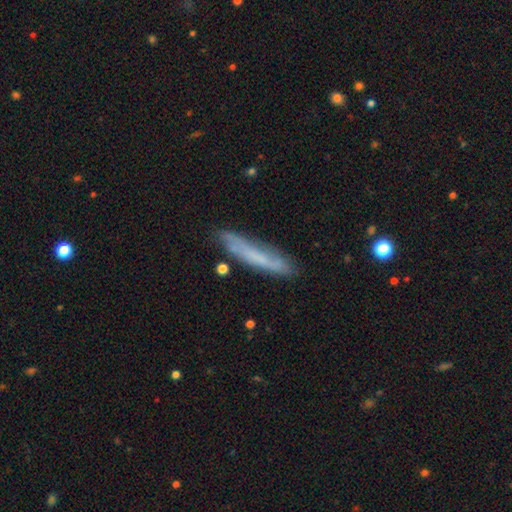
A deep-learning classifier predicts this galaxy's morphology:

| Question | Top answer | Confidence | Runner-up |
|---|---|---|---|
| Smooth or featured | smooth | 55% | featured or disk (38%) |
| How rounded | cigar-shaped | 89% | in between (9%) |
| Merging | none | 71% | minor disturbance (21%) |